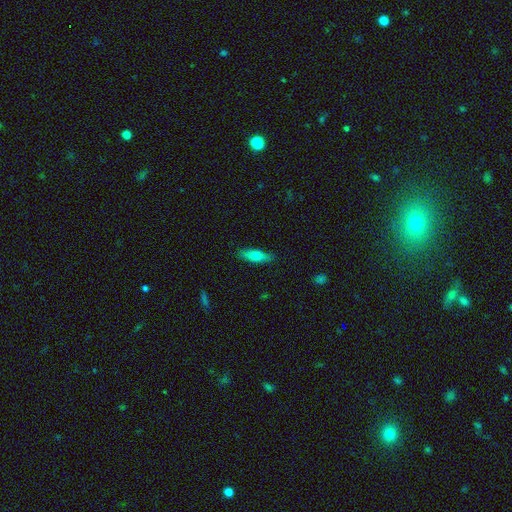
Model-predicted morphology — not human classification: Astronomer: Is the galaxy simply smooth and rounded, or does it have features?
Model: smooth — 68%.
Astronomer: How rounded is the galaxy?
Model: cigar-shaped — 54% (runner-up: in between, 43%).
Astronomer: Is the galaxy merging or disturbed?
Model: none — 86%.